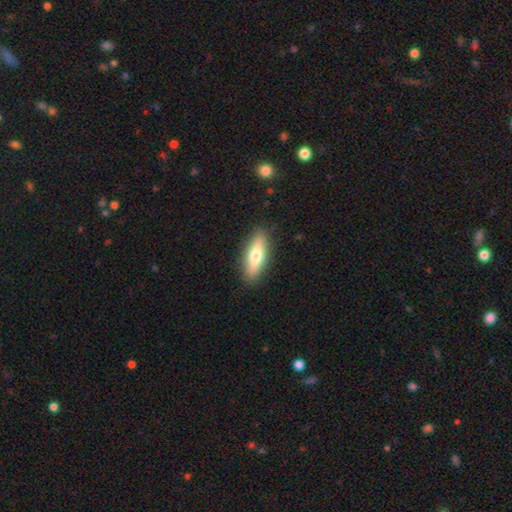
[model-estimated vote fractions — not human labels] Overall: smooth (62%; featured or disk 32%). How rounded: in between (49%; cigar-shaped 48%). Merging: none (89%).